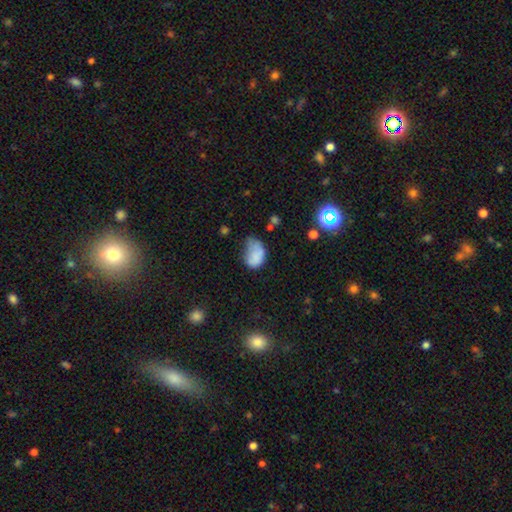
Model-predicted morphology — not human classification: Smooth or featured: smooth — 75% (featured or disk — 14%)
How rounded: in between — 82% (round — 17%)
Merging: minor disturbance — 41% (major disturbance — 28%)